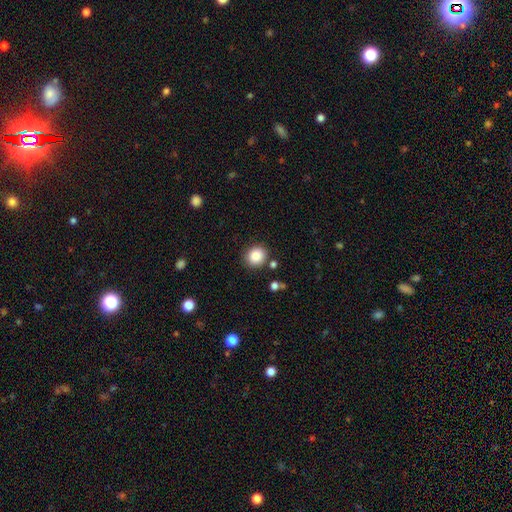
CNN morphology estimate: smooth 86%, star or artifact 9%, featured or disk 4%. Down the decision tree: how rounded — round (79%); merging — none (85%).